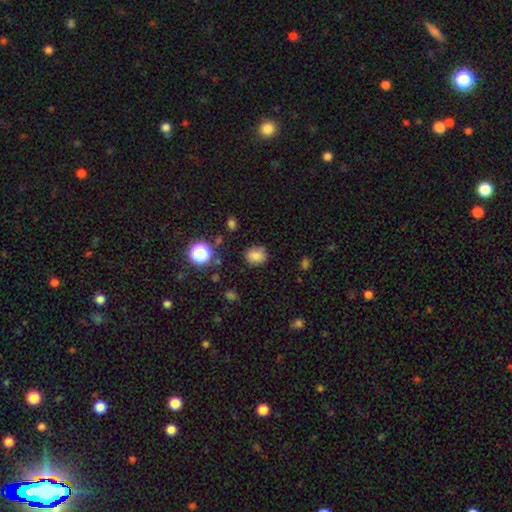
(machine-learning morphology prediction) Q: Smooth or featured?
A: smooth (81%); runner-up: star or artifact (13%)
Q: How rounded?
A: round (56%); runner-up: in between (43%)
Q: Merging?
A: none (79%); runner-up: minor disturbance (15%)